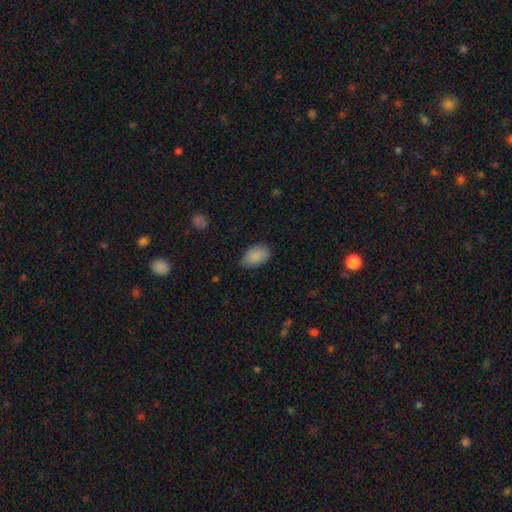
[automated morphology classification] A smooth galaxy with no disk features (87%) that is in between round and cigar-shaped (88%).

Vote fractions:
- Smooth or featured? smooth: 87% / star or artifact: 7% / featured or disk: 6%
- How rounded? in between: 88% / round: 10% / cigar-shaped: 1%
- Merging? none: 70% / minor disturbance: 25% / major disturbance: 4% / merger: 1%